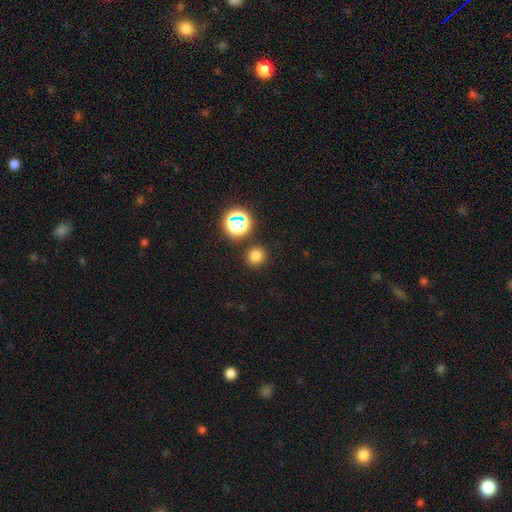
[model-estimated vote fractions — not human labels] Smooth or featured? smooth (75%)
How rounded? round (89%)
Merging? none (87%)